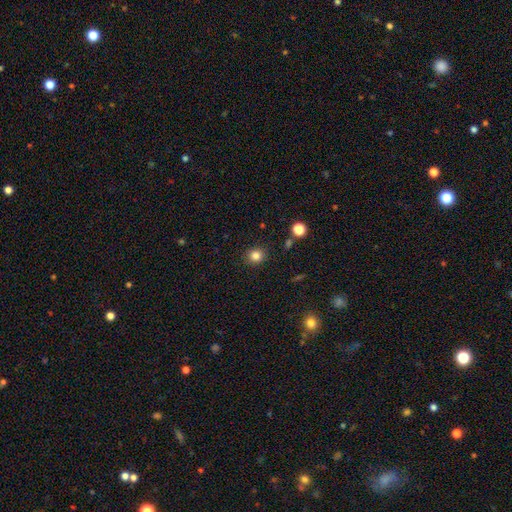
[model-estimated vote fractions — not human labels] smooth-or-featured: smooth: 83% | star or artifact: 12% | featured or disk: 5%
  how-rounded: round: 82% | in between: 17% | cigar-shaped: 1%
  merging: none: 89% | minor disturbance: 7% | major disturbance: 2% | merger: 2%